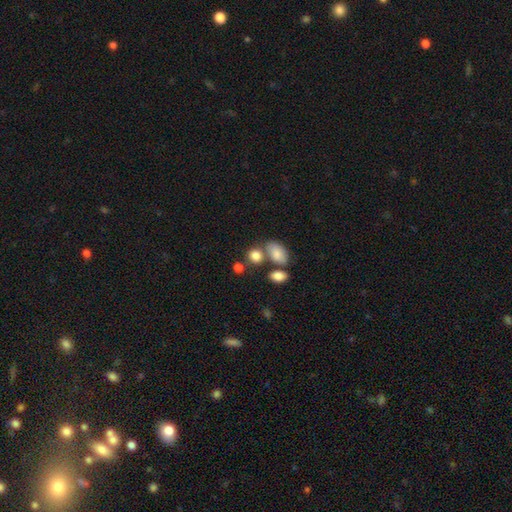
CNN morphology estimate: A smooth galaxy with no disk features (82%) that is round (53%). Merging: none (56%).